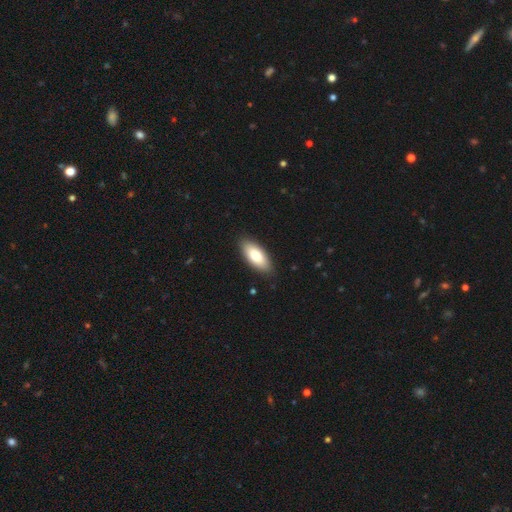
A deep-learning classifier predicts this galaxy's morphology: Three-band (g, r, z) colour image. It shows a smooth galaxy with no disk features (79%) that is in between round and cigar-shaped (84%). Merging: none (88%).